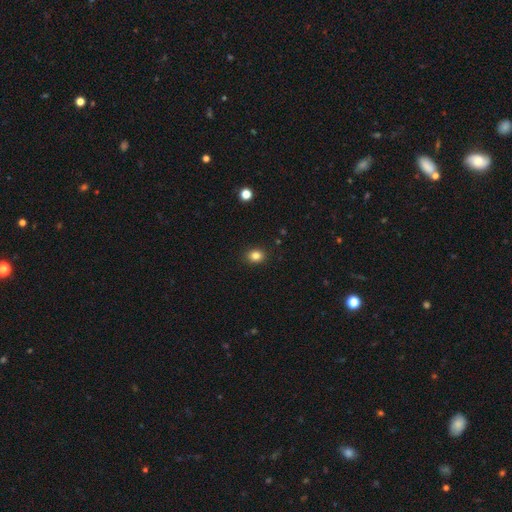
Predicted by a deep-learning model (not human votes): A smooth galaxy with no disk features (84%) that is round (62%).

Vote fractions:
- Smooth or featured? smooth: 84% / star or artifact: 11% / featured or disk: 5%
- How rounded? round: 62% / in between: 37% / cigar-shaped: 1%
- Merging? none: 90% / minor disturbance: 7% / major disturbance: 2% / merger: 1%